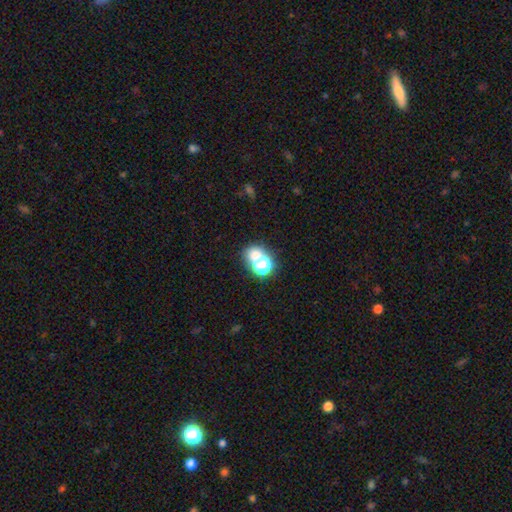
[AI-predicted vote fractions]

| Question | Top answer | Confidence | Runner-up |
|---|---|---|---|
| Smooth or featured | smooth | 58% | star or artifact (30%) |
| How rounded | round | 67% | in between (32%) |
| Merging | none | 46% | merger (39%) |